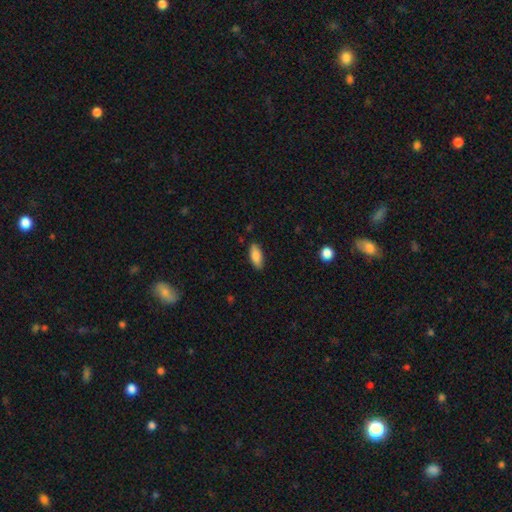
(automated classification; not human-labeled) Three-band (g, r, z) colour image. It shows a smooth galaxy with no disk features (82%) that is in between round and cigar-shaped (84%). Merging: none (86%).